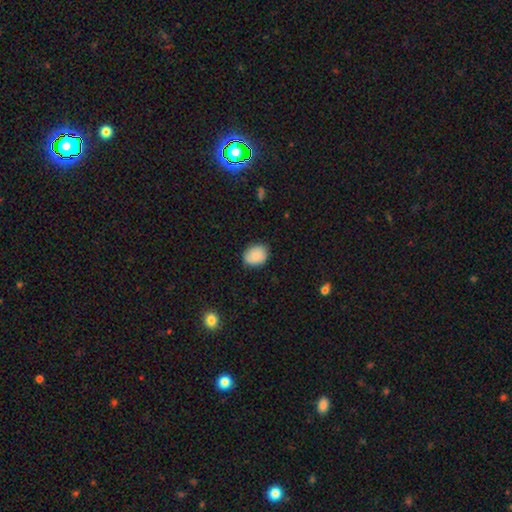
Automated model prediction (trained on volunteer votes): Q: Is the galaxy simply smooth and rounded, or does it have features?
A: smooth — 87%.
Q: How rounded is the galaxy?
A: in between — 52%.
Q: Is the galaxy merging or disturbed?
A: none — 81%.